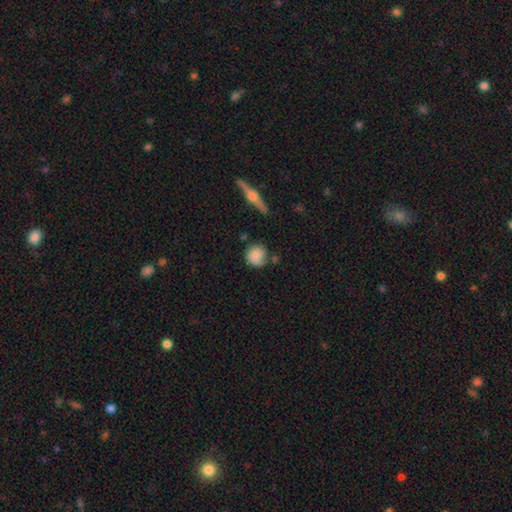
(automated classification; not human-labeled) This appears to be a smooth galaxy with no disk features (79%) that is round (87%). Merging: none (65%).